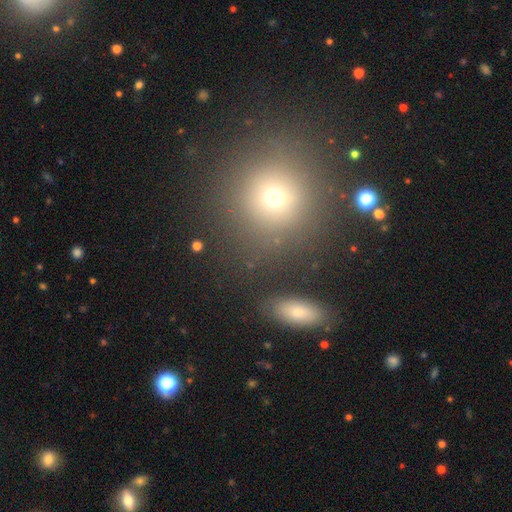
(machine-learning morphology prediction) Smooth or featured? Predicted: smooth (p=0.56). How rounded? Predicted: round (p=0.81). Merging? Predicted: none (p=0.81).